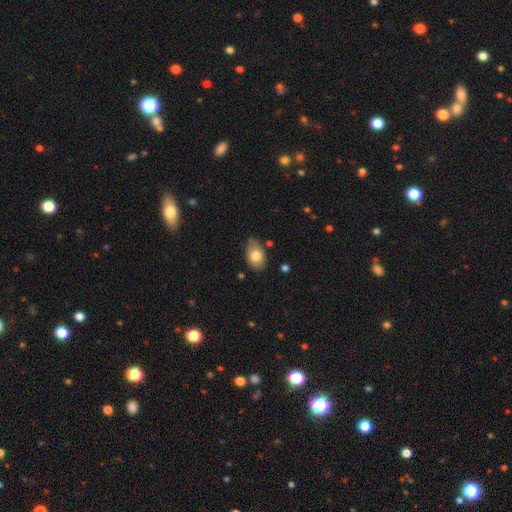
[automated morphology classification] Smooth or featured: smooth — 80% (featured or disk — 13%)
How rounded: in between — 87% (round — 12%)
Merging: none — 75% (minor disturbance — 19%)